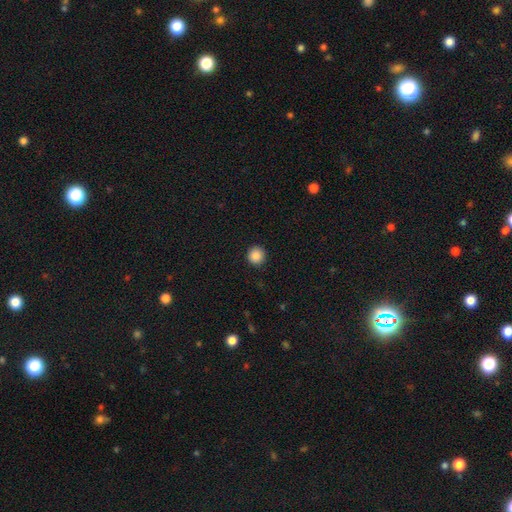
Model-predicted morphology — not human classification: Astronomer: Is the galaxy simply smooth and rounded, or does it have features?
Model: smooth — 88%.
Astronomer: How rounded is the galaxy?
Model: round — 94%.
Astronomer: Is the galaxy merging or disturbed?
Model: none — 93%.